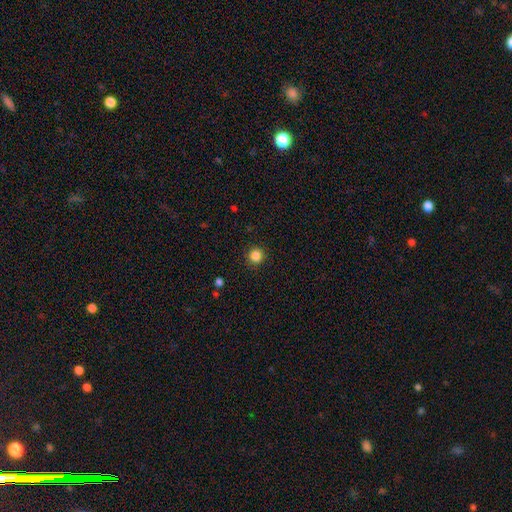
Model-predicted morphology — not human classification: Smooth or featured? Predicted: smooth (p=0.85). How rounded? Predicted: round (p=0.94). Merging? Predicted: none (p=0.91).